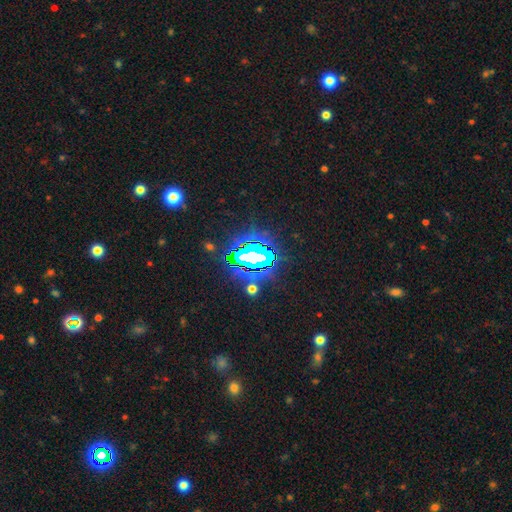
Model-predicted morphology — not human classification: star or artifact 83%, smooth 10%, featured or disk 7%.